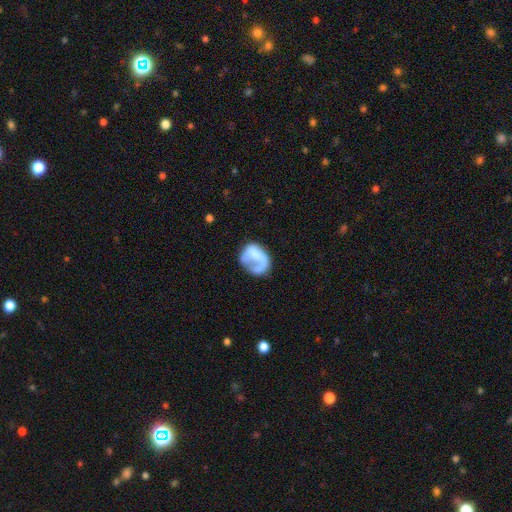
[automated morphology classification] This appears to be a smooth galaxy with no disk features (47%). Merging: none (36%, tied with major disturbance).